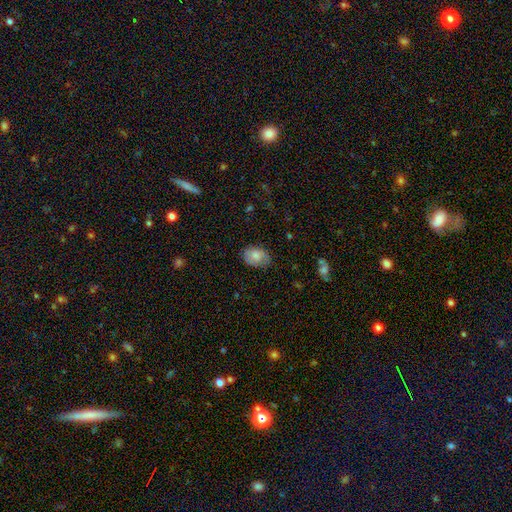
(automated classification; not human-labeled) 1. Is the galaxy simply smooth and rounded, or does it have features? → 72% smooth, 20% featured or disk, 7% star or artifact.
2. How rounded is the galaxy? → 75% in between, 24% round, 1% cigar-shaped.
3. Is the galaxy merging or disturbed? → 70% none, 24% minor disturbance, 6% major disturbance, 1% merger.